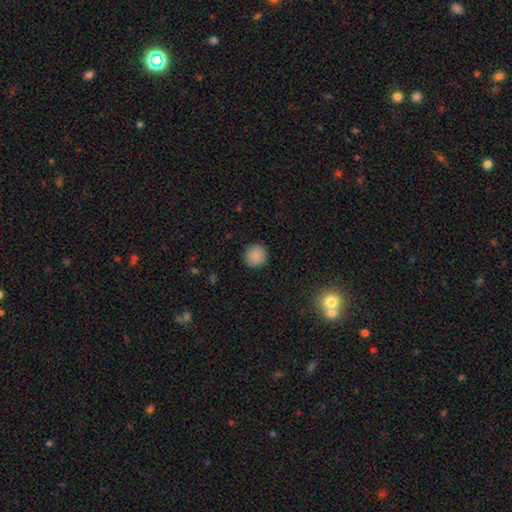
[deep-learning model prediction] A smooth galaxy with no disk features (88%) that is round (94%). Merging: none (92%).